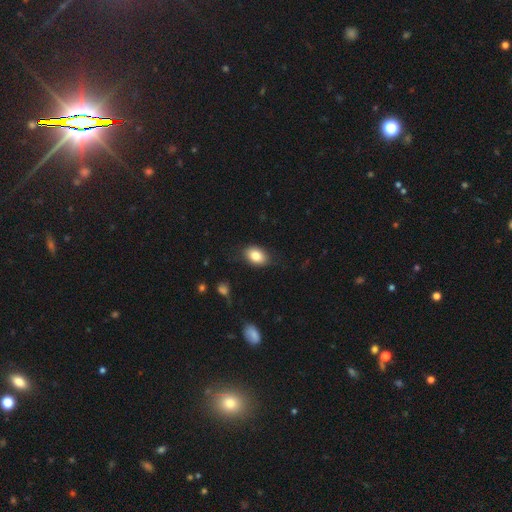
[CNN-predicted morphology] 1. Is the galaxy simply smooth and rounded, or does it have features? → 84% smooth, 9% featured or disk, 8% star or artifact.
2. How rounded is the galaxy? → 85% in between, 14% round, 1% cigar-shaped.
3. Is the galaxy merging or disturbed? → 84% none, 12% minor disturbance, 3% major disturbance, 1% merger.